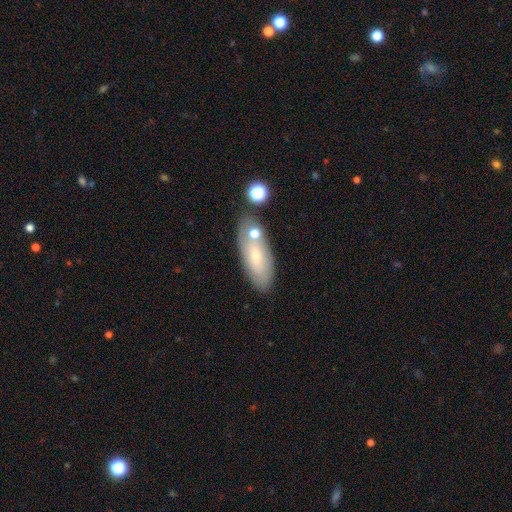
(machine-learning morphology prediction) Overall: smooth (61%; featured or disk 30%). How rounded: in between (76%). Merging: none (68%).